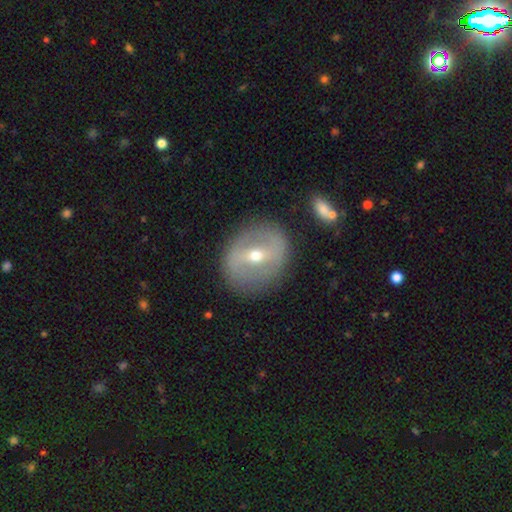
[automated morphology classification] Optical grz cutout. It shows a featured or disk galaxy (67%) with a strong bar (44%), no spiral arms (61%) and a moderate central bulge (59%). Merging: none (83%).